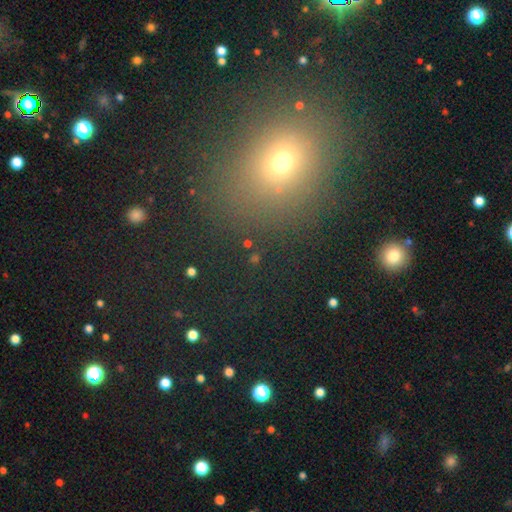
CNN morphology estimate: Q: Smooth or featured?
A: smooth (51%); runner-up: star or artifact (40%)
Q: How rounded?
A: round (60%); runner-up: in between (37%)
Q: Merging?
A: none (83%); runner-up: minor disturbance (9%)